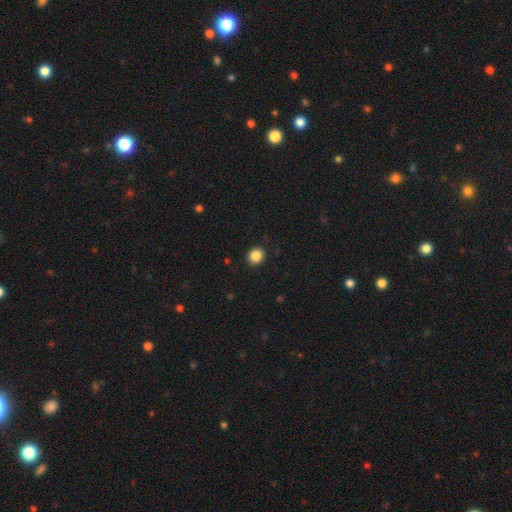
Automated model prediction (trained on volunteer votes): Smooth or featured: smooth — 87% (star or artifact — 10%)
How rounded: round — 78% (in between — 21%)
Merging: none — 91% (minor disturbance — 6%)